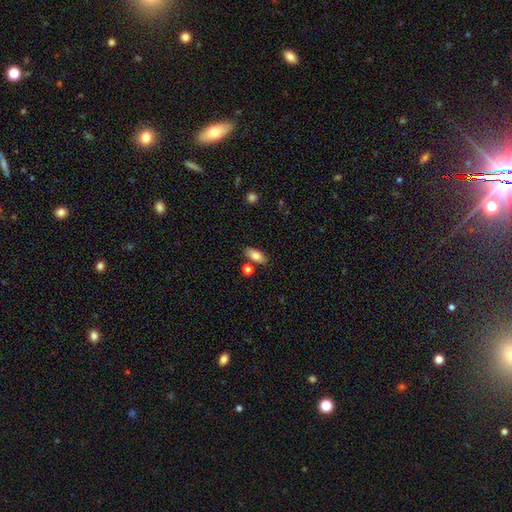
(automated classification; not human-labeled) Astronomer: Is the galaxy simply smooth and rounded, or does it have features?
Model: smooth — 80%.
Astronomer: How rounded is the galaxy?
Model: in between — 84%.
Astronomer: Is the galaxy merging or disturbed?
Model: none — 79%.